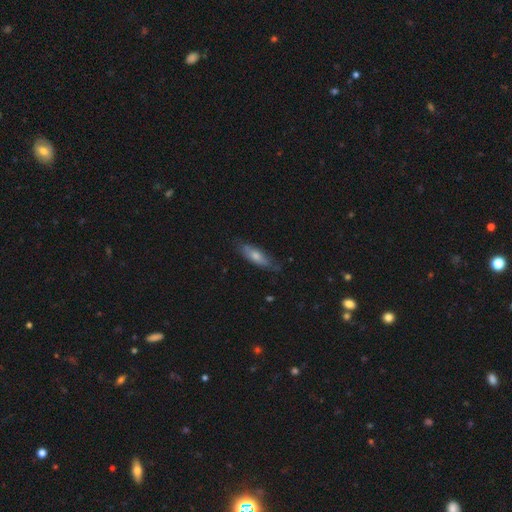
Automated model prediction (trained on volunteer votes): smooth 65%, featured or disk 29%, star or artifact 6%. Down the decision tree: how rounded — in between (49%); merging — none (71%).